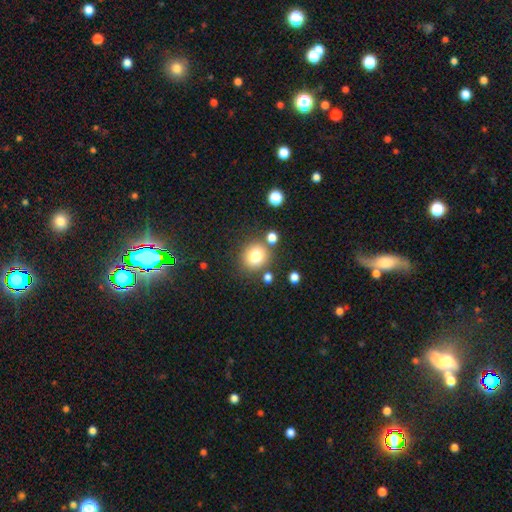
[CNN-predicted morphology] Smooth or featured? Predicted: smooth (p=0.79). How rounded? Predicted: round (p=0.86). Merging? Predicted: none (p=0.78).